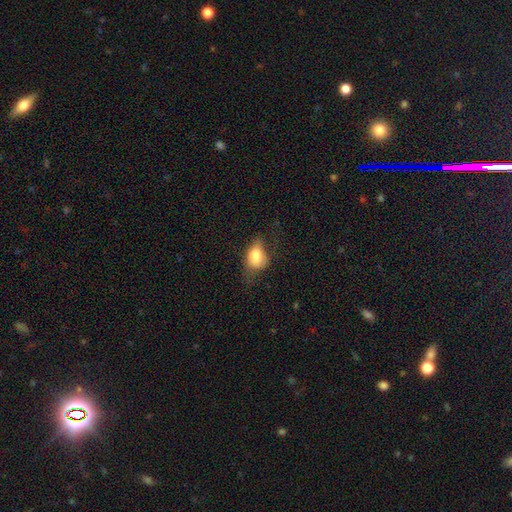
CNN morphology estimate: A smooth galaxy with no disk features (75%) that is in between round and cigar-shaped (79%). Merging: none (34%, tied with minor disturbance).